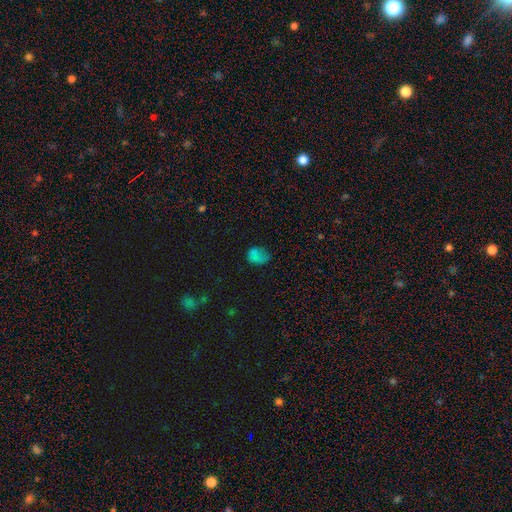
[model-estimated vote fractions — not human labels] Overall: smooth (70%). How rounded: in between (62%; round 37%). Merging: none (41%; minor disturbance 30%).